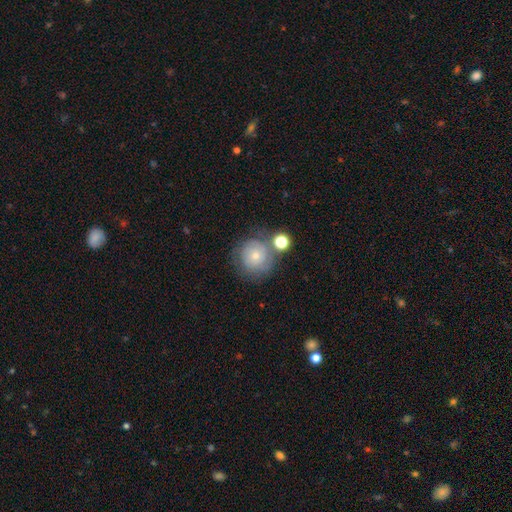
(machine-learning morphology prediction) A smooth galaxy with no disk features (59%) that is round (92%).

Vote fractions:
- Smooth or featured? smooth: 59% / featured or disk: 30% / star or artifact: 10%
- How rounded? round: 92% / in between: 7% / cigar-shaped: 1%
- Merging? none: 58% / minor disturbance: 17% / merger: 16% / major disturbance: 8%